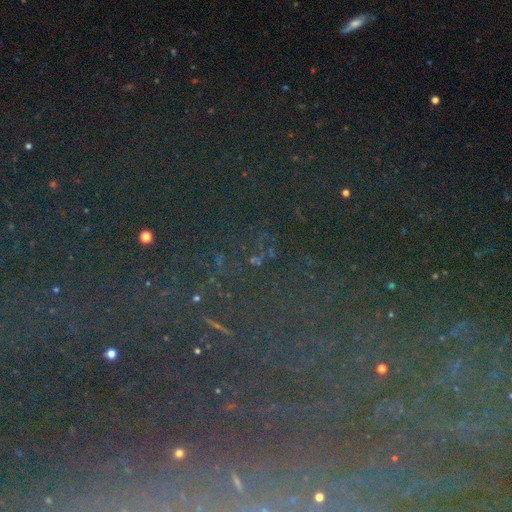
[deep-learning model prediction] Smooth or featured?
  - star or artifact: 79% *
  - smooth: 11%
  - featured or disk: 10%